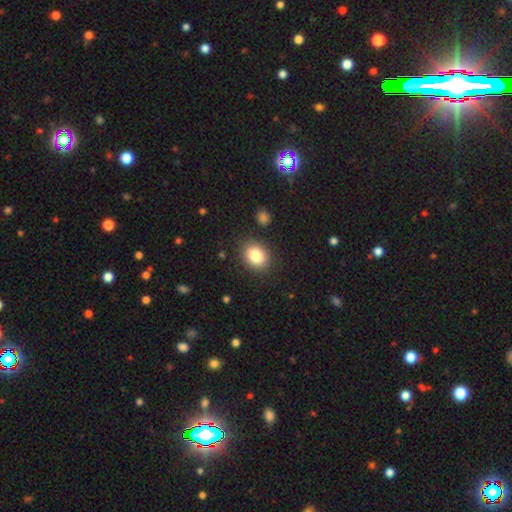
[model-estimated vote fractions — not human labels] Smooth or featured: smooth — 84% (star or artifact — 9%)
How rounded: in between — 56% (round — 43%)
Merging: none — 86% (minor disturbance — 9%)